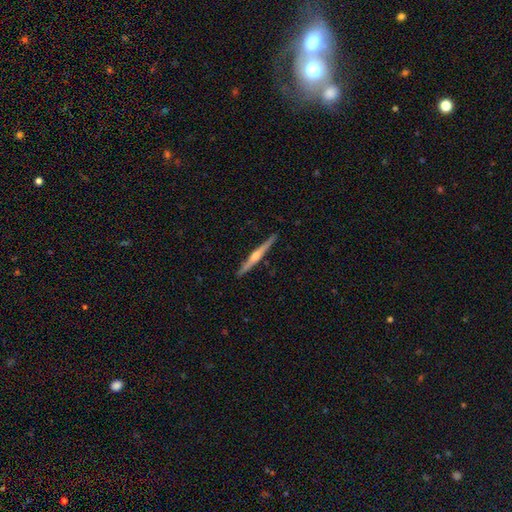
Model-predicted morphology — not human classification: Smooth or featured? Predicted: featured or disk (p=0.77). Edge-on disk? Predicted: yes (p=0.98). Edge-on bulge? Predicted: rounded (p=0.85). Merging? Predicted: none (p=0.92).